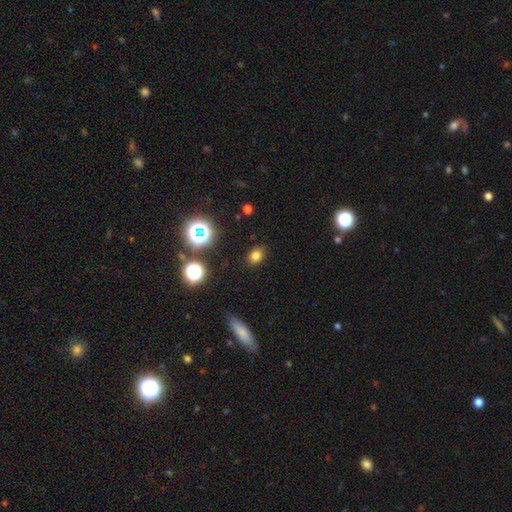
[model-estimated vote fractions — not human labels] Smooth or featured? Predicted: smooth (p=0.75). How rounded? Predicted: in between (p=0.60). Merging? Predicted: none (p=0.86).